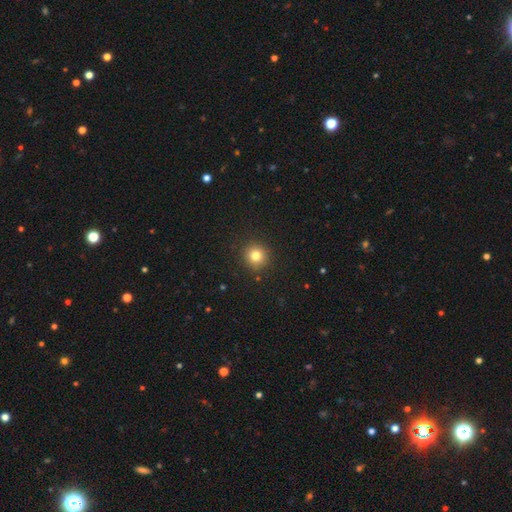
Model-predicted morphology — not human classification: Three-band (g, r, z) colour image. It shows a smooth galaxy with no disk features (80%) that is round (93%). Merging: none (91%).